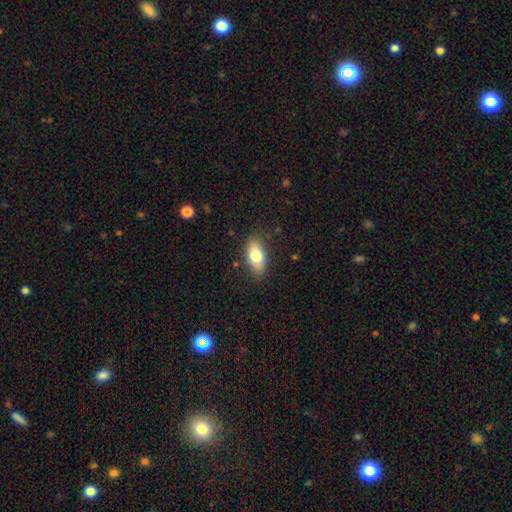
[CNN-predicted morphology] Q: Smooth or featured?
A: smooth (79%); runner-up: featured or disk (14%)
Q: How rounded?
A: in between (88%); runner-up: cigar-shaped (8%)
Q: Merging?
A: none (84%); runner-up: minor disturbance (12%)